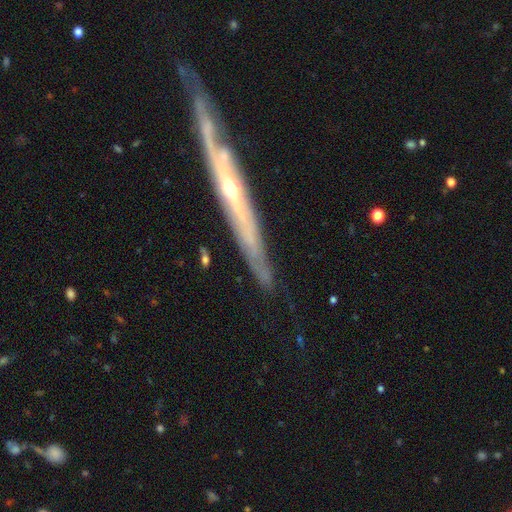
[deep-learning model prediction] A featured or disk galaxy (75%) viewed edge-on (81%) with a rounded central bulge (61%).

Vote fractions:
- Smooth or featured? featured or disk: 75% / smooth: 18% / star or artifact: 6%
- Edge-on disk? yes: 81% / no: 19%
- Edge-on bulge? rounded: 61% / none: 35% / boxy: 4%
- Merging? none: 71% / minor disturbance: 18% / merger: 5% / major disturbance: 5%